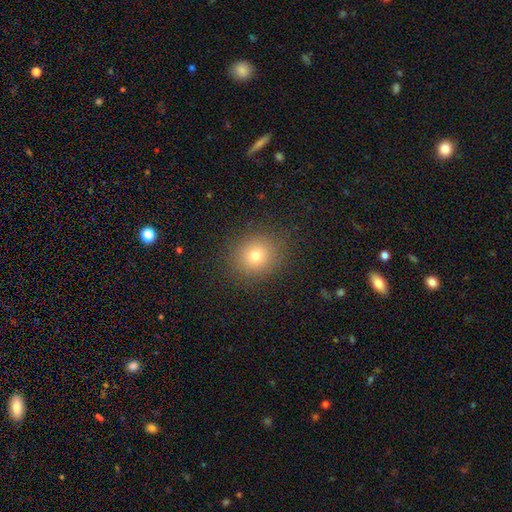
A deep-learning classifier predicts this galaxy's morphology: Smooth or featured?
  - smooth: 75% *
  - star or artifact: 15%
  - featured or disk: 10%
How rounded?
  - round: 80% *
  - in between: 19%
  - cigar-shaped: 1%
Merging?
  - none: 88% *
  - minor disturbance: 8%
  - major disturbance: 3%
  - merger: 1%